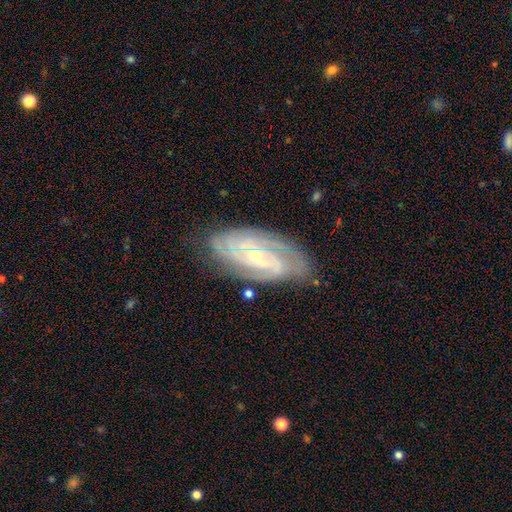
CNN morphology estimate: The model was most divided on "spiral arm count": 3: 28%, 2: 26%, can't tell: 21%, 4: 15%, more than 4: 5%, 1: 5%. Remaining: spiral arms — yes (97%); edge-on disk — no (94%); smooth or featured — featured or disk (88%); merging — none (77%); spiral winding — tight (65%); bulge size — small (61%); bar — no (50%).